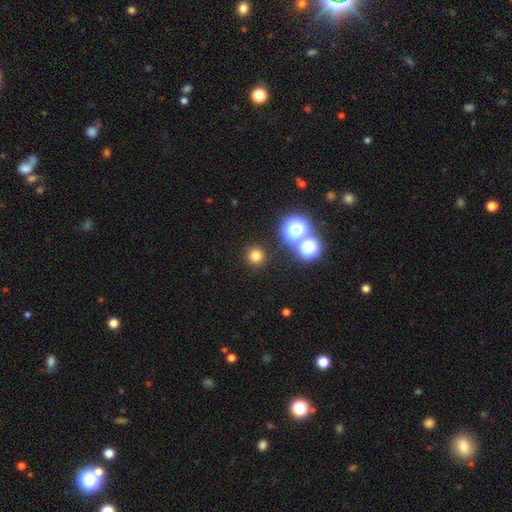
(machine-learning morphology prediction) A smooth galaxy with no disk features (74%) that is round (95%). Merging: none (89%).